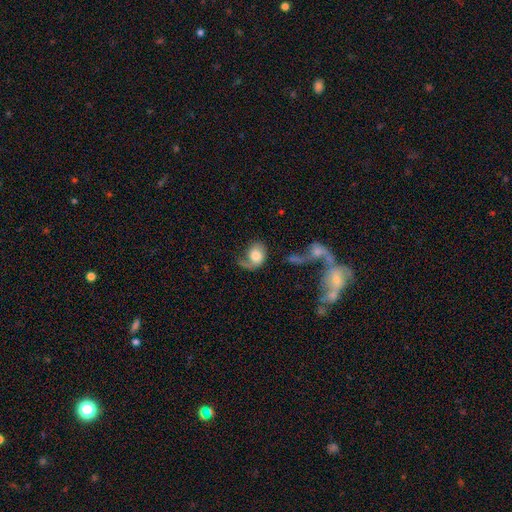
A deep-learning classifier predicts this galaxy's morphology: type=smooth (50%); roundness=in between (56%); merging=major disturbance (37%).